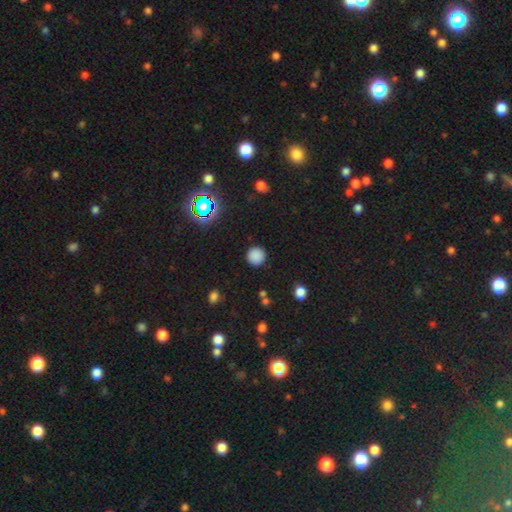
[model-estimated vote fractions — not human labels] A smooth galaxy with no disk features (82%) that is round (95%).

Vote fractions:
- Smooth or featured? smooth: 82% / star or artifact: 14% / featured or disk: 4%
- How rounded? round: 95% / in between: 4% / cigar-shaped: 1%
- Merging? none: 91% / minor disturbance: 6% / major disturbance: 2% / merger: 1%